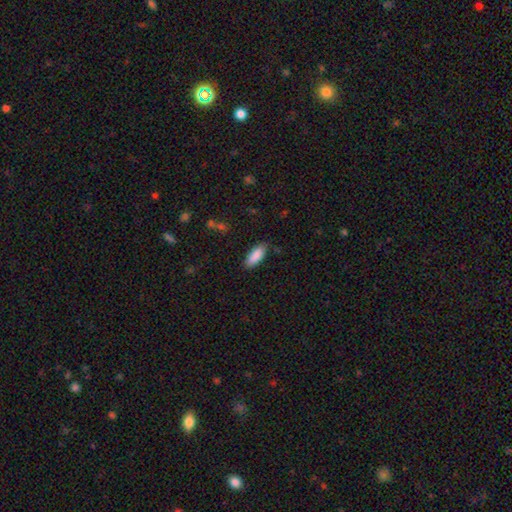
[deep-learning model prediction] This appears to be a smooth galaxy with no disk features (89%) that is in between round and cigar-shaped (79%). Merging: none (83%).